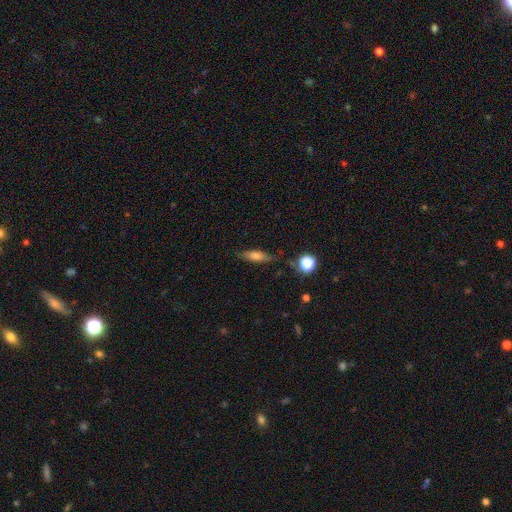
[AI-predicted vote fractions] A smooth galaxy with no disk features (65%) that is cigar-shaped (53%). Merging: none (77%).